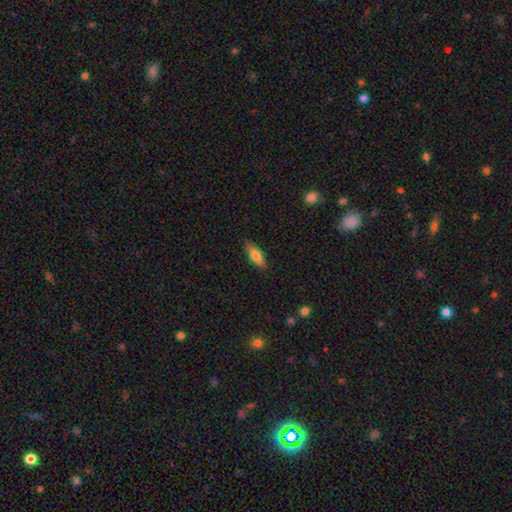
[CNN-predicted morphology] smooth 75%, featured or disk 19%, star or artifact 6%. Down the decision tree: how rounded — in between (66%); merging — none (84%).